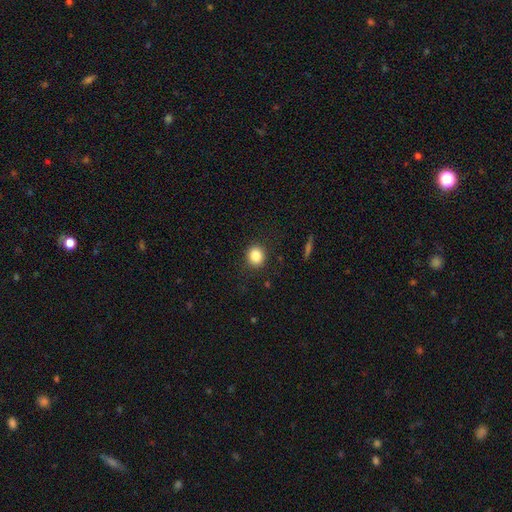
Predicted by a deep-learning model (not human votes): smooth_or_featured: smooth (p=0.85) [alt: star or artifact p=0.10]
how_rounded: round (p=0.78) [alt: in between p=0.21]
merging: none (p=0.88) [alt: minor disturbance p=0.08]